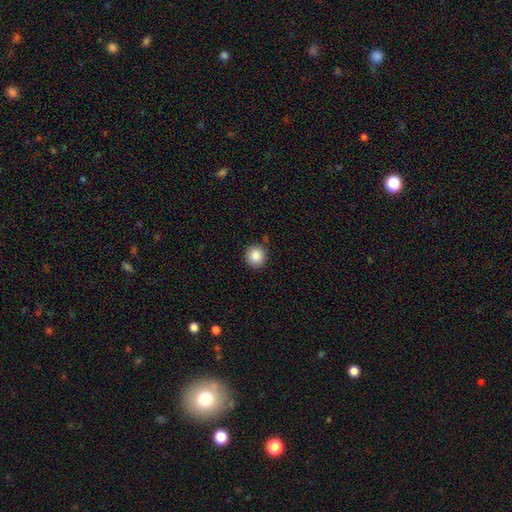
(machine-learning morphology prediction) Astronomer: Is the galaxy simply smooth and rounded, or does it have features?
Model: smooth — 87%.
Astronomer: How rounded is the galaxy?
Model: round — 95%.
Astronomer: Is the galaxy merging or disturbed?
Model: none — 90%.